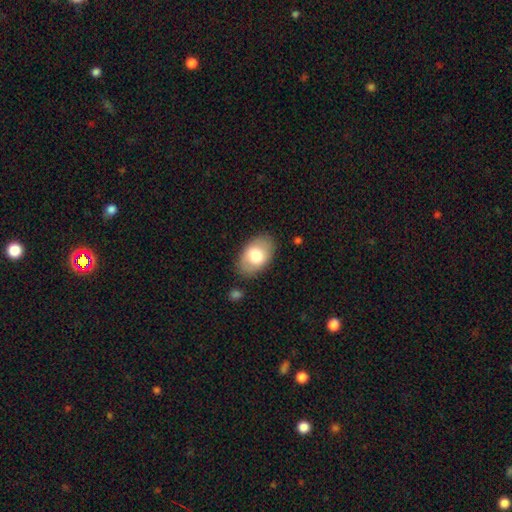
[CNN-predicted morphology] Smooth or featured? smooth (71%)
How rounded? in between (91%)
Merging? none (82%)